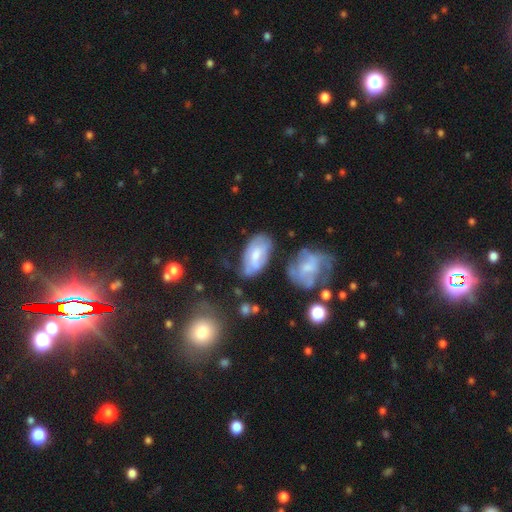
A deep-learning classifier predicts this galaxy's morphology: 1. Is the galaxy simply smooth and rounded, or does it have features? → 47% featured or disk, 46% smooth, 7% star or artifact.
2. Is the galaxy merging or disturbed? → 48% none, 29% minor disturbance, 14% major disturbance, 10% merger.